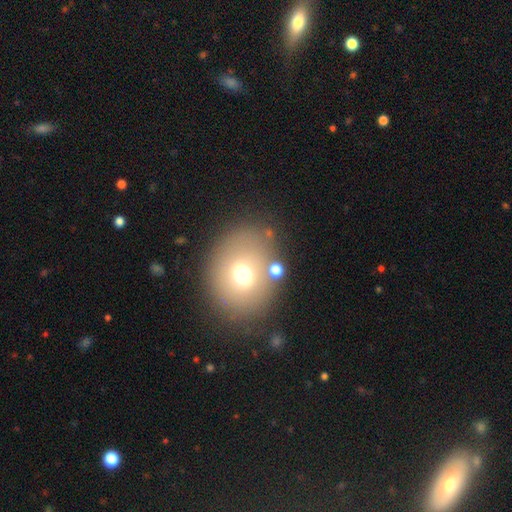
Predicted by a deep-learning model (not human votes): Morphology: type=smooth (66%); roundness=round (50%); merging=none (79%).